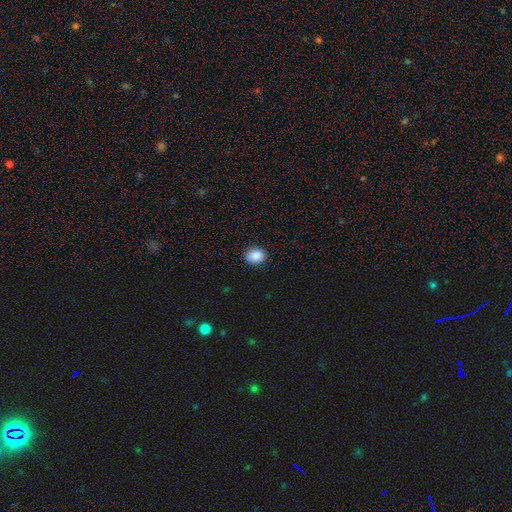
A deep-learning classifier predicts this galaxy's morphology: smooth 88%, star or artifact 8%, featured or disk 4%. Down the decision tree: how rounded — in between (50%); merging — none (88%).